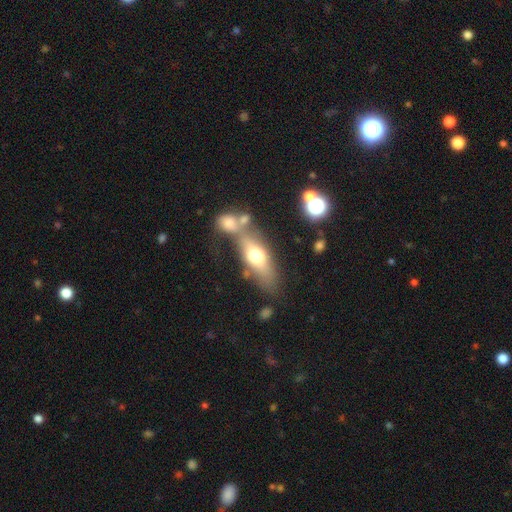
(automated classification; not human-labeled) This appears to be a smooth galaxy with no disk features (55%) that is in between round and cigar-shaped (59%). Merging: none (54%).